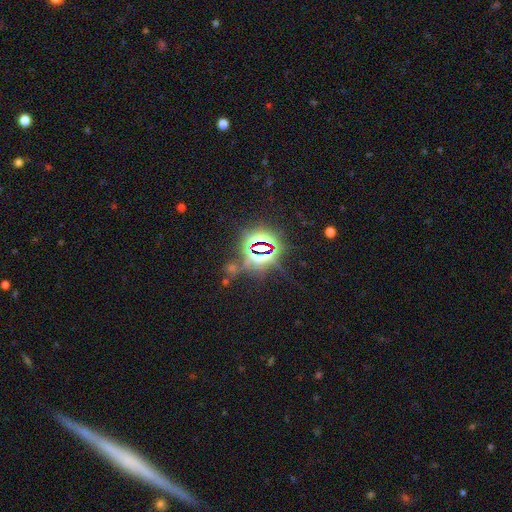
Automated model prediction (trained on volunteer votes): Overall: star or artifact (83%).